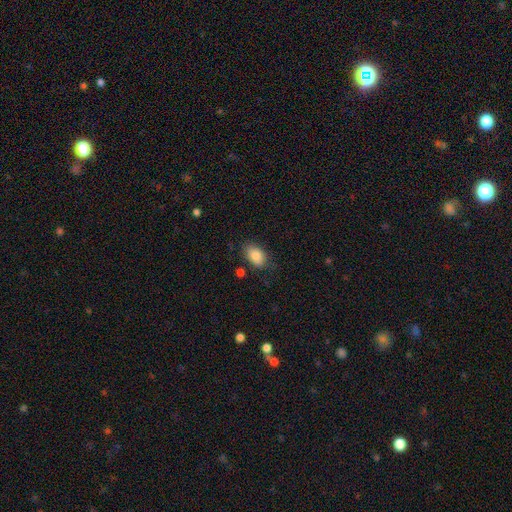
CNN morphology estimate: A smooth galaxy with no disk features (85%) that is in between round and cigar-shaped (89%). Merging: none (76%).